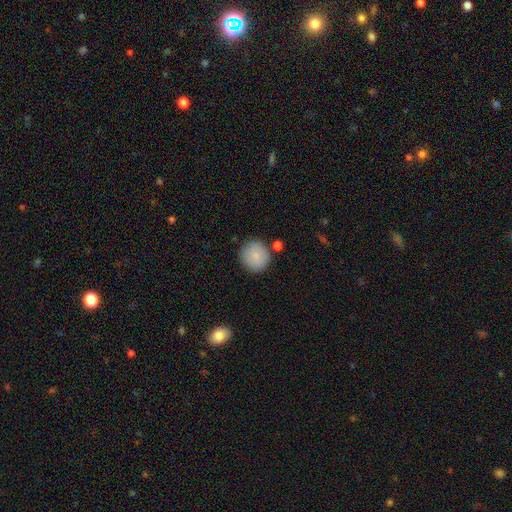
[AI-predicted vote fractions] Morphology: type=smooth (84%); roundness=round (92%); merging=none (80%).